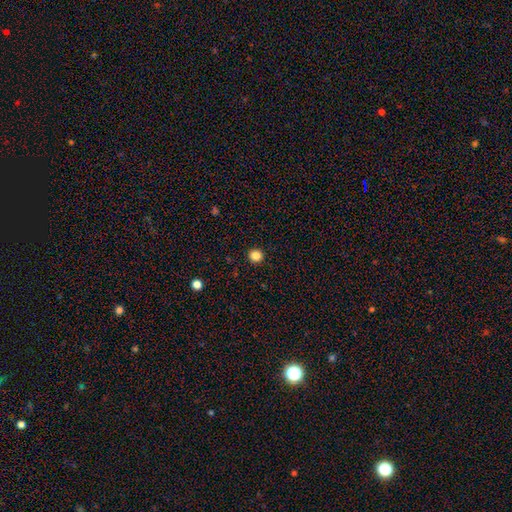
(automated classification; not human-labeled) Smooth or featured?
  - smooth: 85% *
  - star or artifact: 12%
  - featured or disk: 4%
How rounded?
  - round: 93% *
  - in between: 6%
  - cigar-shaped: 1%
Merging?
  - none: 93% *
  - minor disturbance: 4%
  - major disturbance: 1%
  - merger: 1%